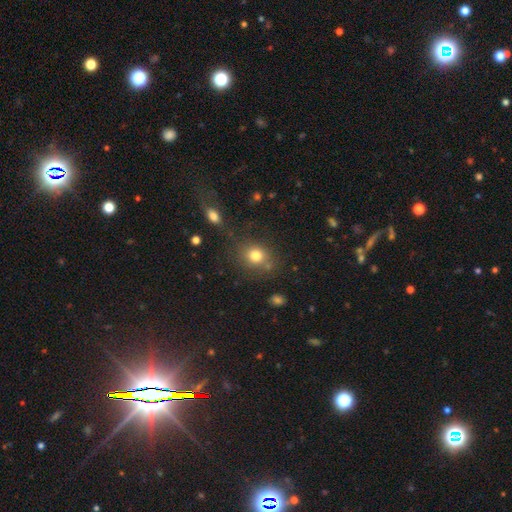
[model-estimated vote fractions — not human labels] This appears to be a smooth galaxy with no disk features (79%) that is round (74%). Merging: none (74%).